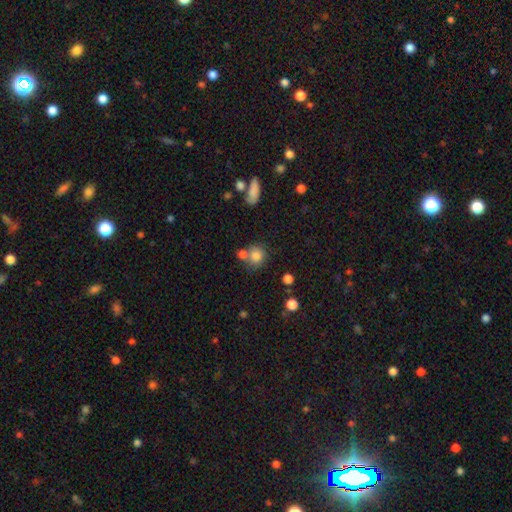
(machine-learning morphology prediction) Smooth or featured?
  - smooth: 81% *
  - star or artifact: 10%
  - featured or disk: 8%
How rounded?
  - round: 82% *
  - in between: 17%
  - cigar-shaped: 1%
Merging?
  - none: 55% *
  - merger: 28%
  - minor disturbance: 12%
  - major disturbance: 5%